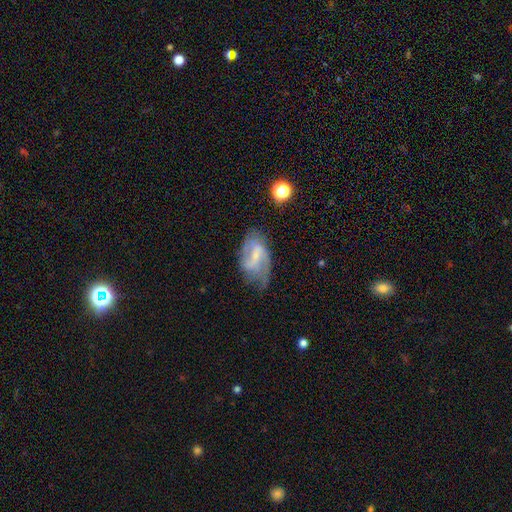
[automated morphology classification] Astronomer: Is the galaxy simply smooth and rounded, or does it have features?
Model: featured or disk — 68%.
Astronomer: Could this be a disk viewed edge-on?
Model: no — 96%.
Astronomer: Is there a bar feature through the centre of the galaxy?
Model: weak — 50% (runner-up: strong, 30%).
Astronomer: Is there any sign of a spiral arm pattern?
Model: yes — 82%.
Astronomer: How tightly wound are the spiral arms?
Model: medium — 41% (runner-up: loose, 38%).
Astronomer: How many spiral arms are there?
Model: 2 — 59%.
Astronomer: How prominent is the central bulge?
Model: small — 47% (runner-up: none, 27%).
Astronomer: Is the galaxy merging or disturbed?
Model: none — 47% (runner-up: minor disturbance, 31%).